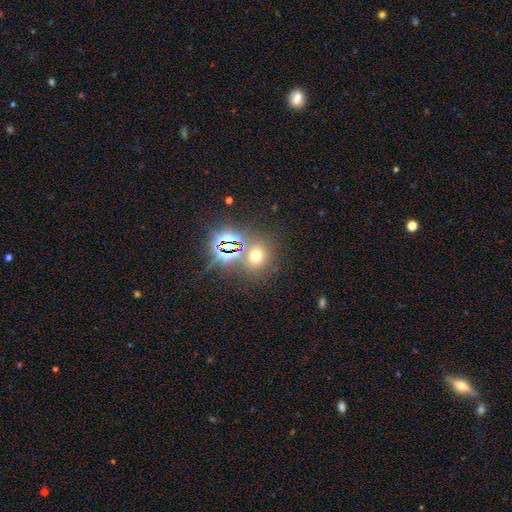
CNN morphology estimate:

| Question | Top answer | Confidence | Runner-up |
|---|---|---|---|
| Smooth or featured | smooth | 53% | star or artifact (37%) |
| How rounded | round | 84% | in between (15%) |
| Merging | none | 74% | merger (12%) |